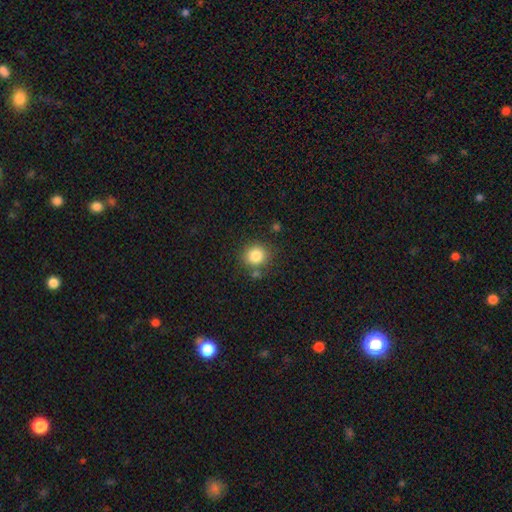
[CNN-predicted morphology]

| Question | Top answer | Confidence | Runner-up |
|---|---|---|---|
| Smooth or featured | smooth | 84% | star or artifact (11%) |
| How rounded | round | 84% | in between (15%) |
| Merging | none | 78% | minor disturbance (11%) |